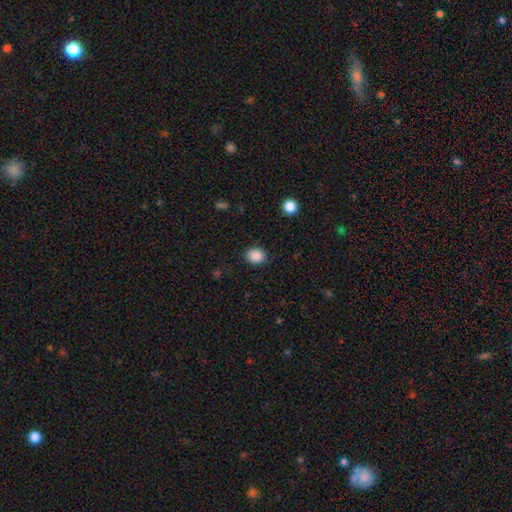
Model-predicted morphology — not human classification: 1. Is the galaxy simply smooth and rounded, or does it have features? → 88% smooth, 9% star or artifact, 3% featured or disk.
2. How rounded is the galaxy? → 60% round, 39% in between, 1% cigar-shaped.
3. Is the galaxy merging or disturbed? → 88% none, 8% minor disturbance, 3% major disturbance, 1% merger.